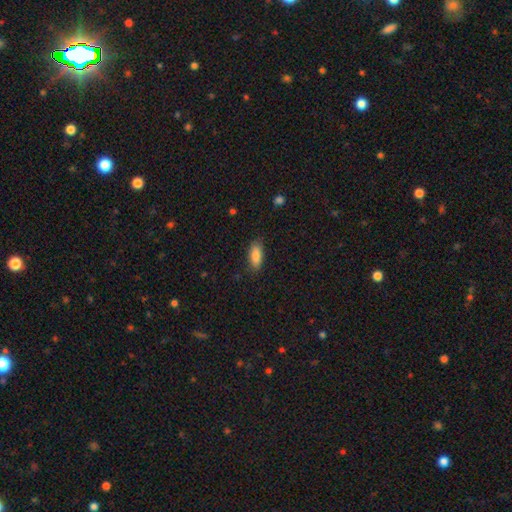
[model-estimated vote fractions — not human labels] Smooth or featured? Predicted: smooth (p=0.87). How rounded? Predicted: in between (p=0.79). Merging? Predicted: none (p=0.82).